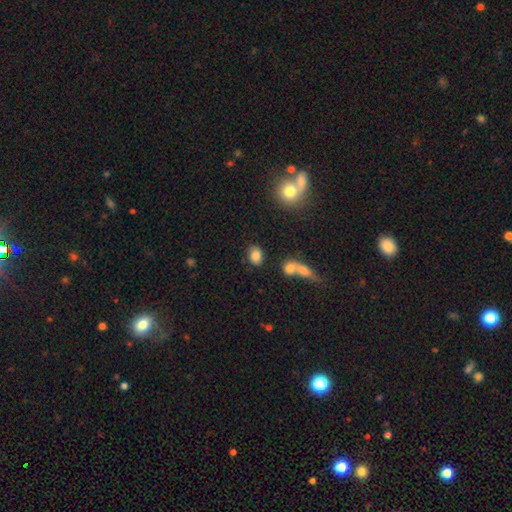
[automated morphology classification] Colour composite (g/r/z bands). It shows a smooth galaxy with no disk features (82%) that is in between round and cigar-shaped (68%). Merging: none (74%).